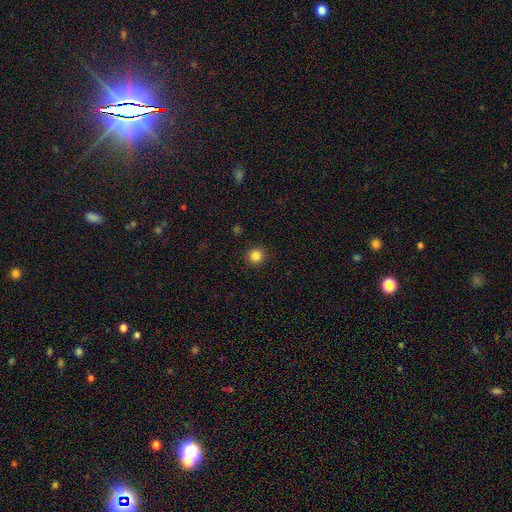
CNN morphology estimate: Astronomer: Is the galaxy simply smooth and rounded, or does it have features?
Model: smooth — 85%.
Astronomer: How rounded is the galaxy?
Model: round — 93%.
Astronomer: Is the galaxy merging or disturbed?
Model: none — 92%.